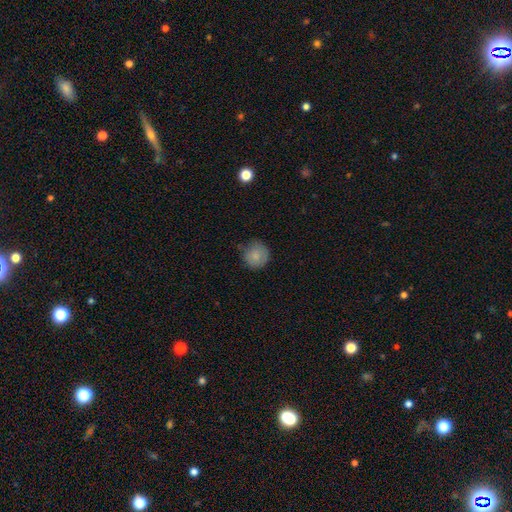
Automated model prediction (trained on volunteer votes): smooth-or-featured: smooth: 82% | featured or disk: 10% | star or artifact: 8%
  how-rounded: round: 91% | in between: 8% | cigar-shaped: 1%
  merging: none: 70% | minor disturbance: 23% | major disturbance: 5% | merger: 2%